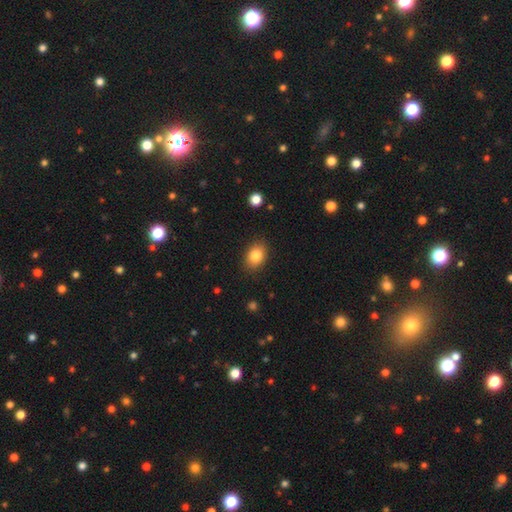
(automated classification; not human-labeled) Smooth or featured? Predicted: smooth (p=0.84). How rounded? Predicted: in between (p=0.73). Merging? Predicted: none (p=0.87).